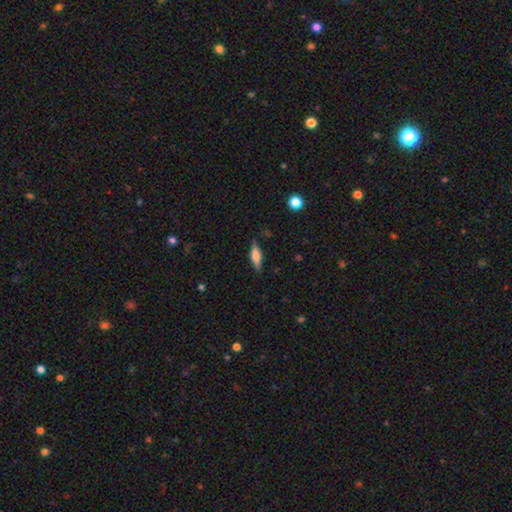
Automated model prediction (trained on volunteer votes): A smooth galaxy with no disk features (60%) that is cigar-shaped (52%).

Vote fractions:
- Smooth or featured? smooth: 60% / featured or disk: 33% / star or artifact: 7%
- How rounded? cigar-shaped: 52% / in between: 46% / round: 3%
- Merging? none: 83% / minor disturbance: 12% / major disturbance: 3% / merger: 1%